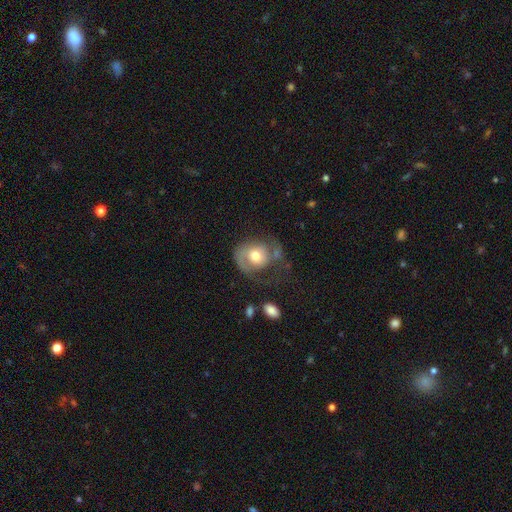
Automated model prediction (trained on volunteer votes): This is possibly a featured or disk galaxy (58%). It is clearly not viewed edge-on (97%). Bar: likely no (74%). Spiral arm pattern: likely yes (78%). Central bulge: likely moderate (69%). Merging: marginally none (38%).